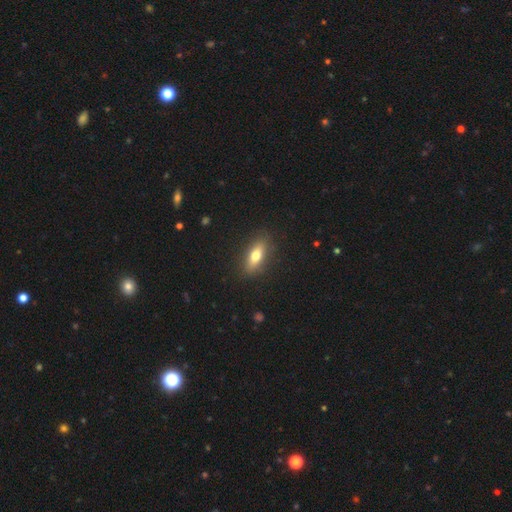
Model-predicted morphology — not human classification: type=smooth (71%); roundness=in between (69%); merging=none (87%).